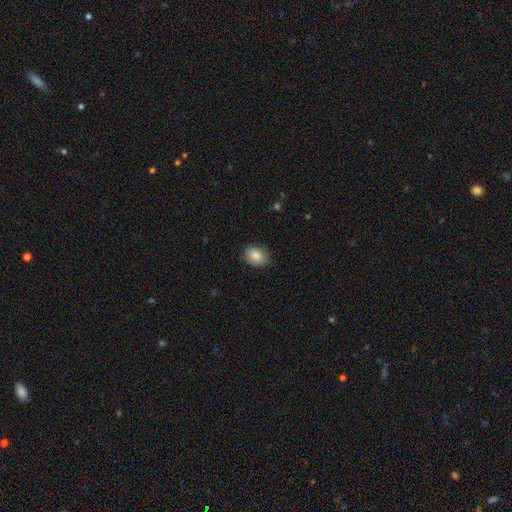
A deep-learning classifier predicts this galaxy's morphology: This appears to be a smooth galaxy with no disk features (86%) that is in between round and cigar-shaped (75%). Merging: none (82%).